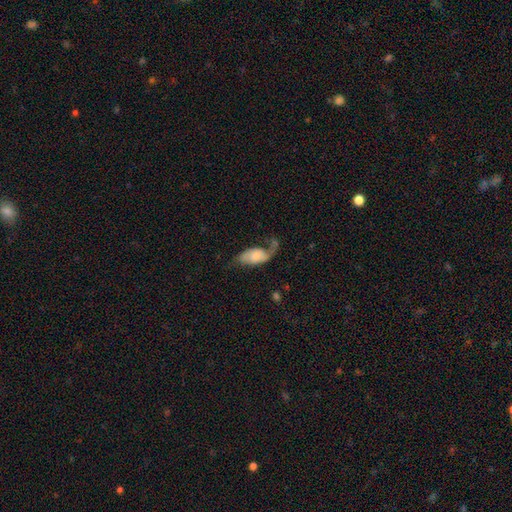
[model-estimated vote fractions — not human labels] smooth-or-featured: featured or disk: 55% | smooth: 37% | star or artifact: 7%
  disk-edge-on: no: 93% | yes: 7%
    bar: no: 64% | weak: 28% | strong: 8%
    has-spiral-arms: yes: 84% | no: 16%
    bulge-size: small: 31% | moderate: 28% | none: 18% | large: 17% | dominant: 6%
  merging: major disturbance: 35% | none: 34% | minor disturbance: 25% | merger: 6%